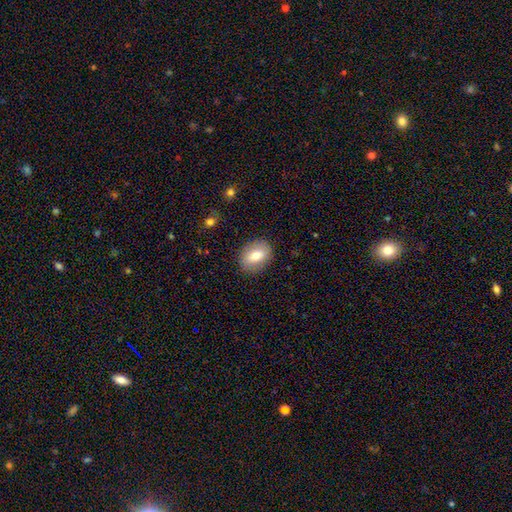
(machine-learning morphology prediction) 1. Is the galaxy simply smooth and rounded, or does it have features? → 75% smooth, 18% featured or disk, 8% star or artifact.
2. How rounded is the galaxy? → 73% in between, 25% round, 2% cigar-shaped.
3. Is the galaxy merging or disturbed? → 86% none, 10% minor disturbance, 3% major disturbance, 1% merger.